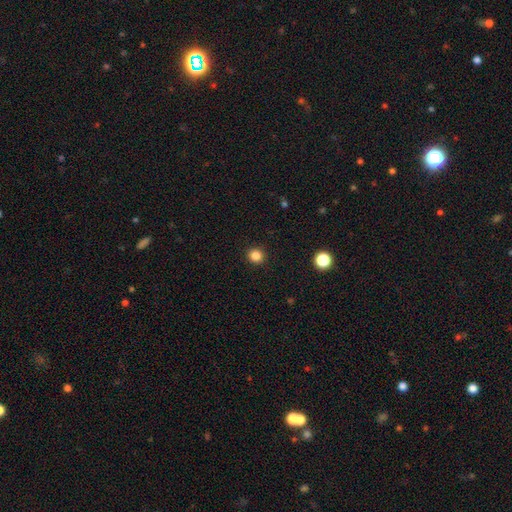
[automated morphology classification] smooth 84%, star or artifact 12%, featured or disk 4%. Down the decision tree: how rounded — round (89%); merging — none (92%).